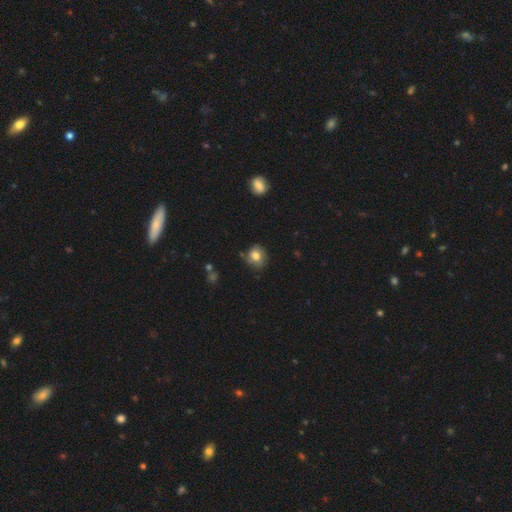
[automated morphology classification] type=smooth (76%); roundness=round (72%); merging=none (69%).